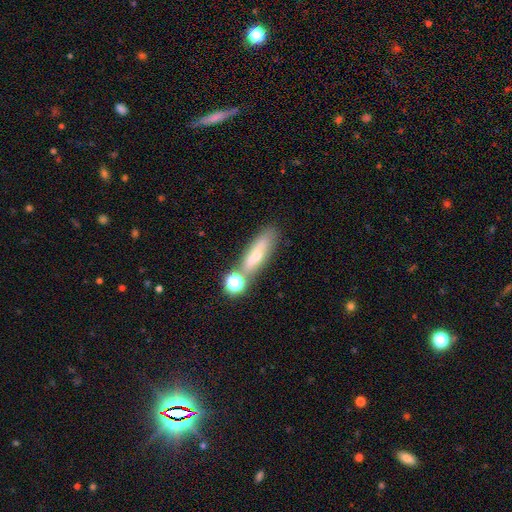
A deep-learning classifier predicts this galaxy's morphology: smooth_or_featured: smooth (p=0.54) [alt: featured or disk p=0.32]
how_rounded: cigar-shaped (p=0.55) [alt: in between p=0.38]
merging: none (p=0.61) [alt: merger p=0.17]